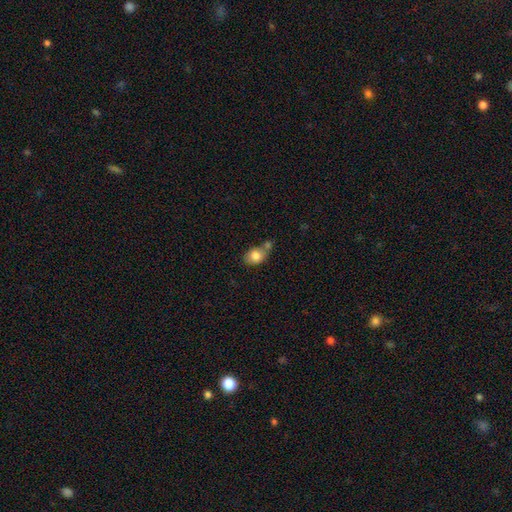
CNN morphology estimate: Smooth or featured? smooth (81%)
How rounded? in between (64%)
Merging? merger (40%)